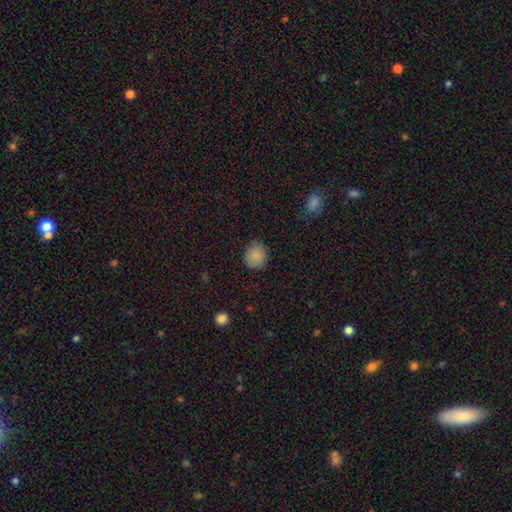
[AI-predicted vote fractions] Smooth or featured: smooth — 86% (star or artifact — 9%)
How rounded: round — 76% (in between — 23%)
Merging: none — 81% (minor disturbance — 16%)